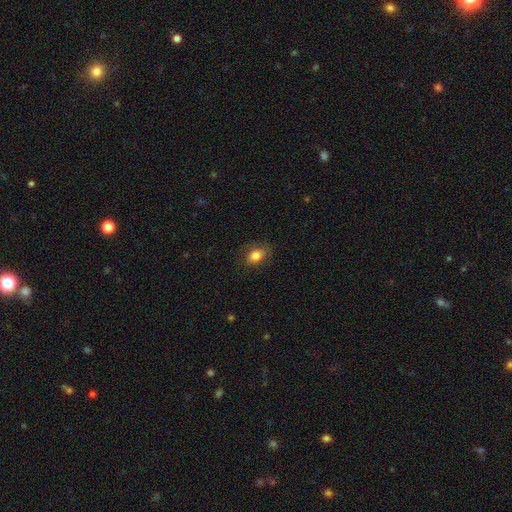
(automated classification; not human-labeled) smooth_or_featured: smooth (p=0.82) [alt: star or artifact p=0.09]
how_rounded: in between (p=0.77) [alt: round p=0.22]
merging: none (p=0.81) [alt: minor disturbance p=0.14]